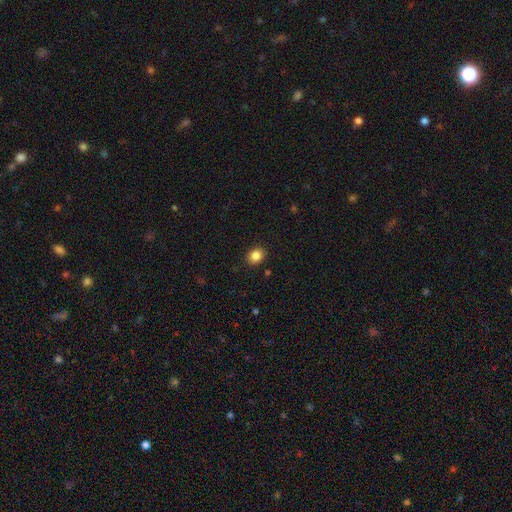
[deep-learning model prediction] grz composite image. It shows a smooth galaxy with no disk features (86%) that is round (67%). Merging: none (90%).